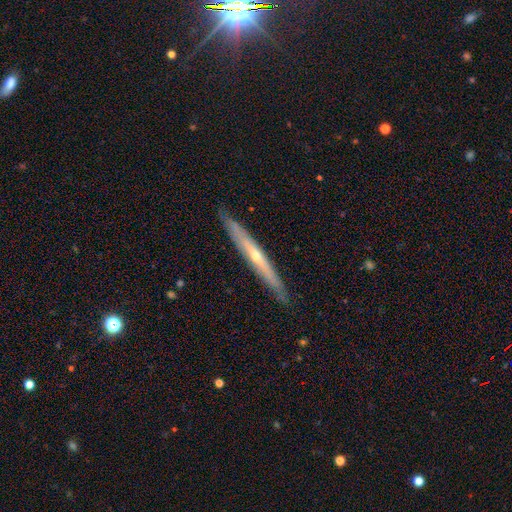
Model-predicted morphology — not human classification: type=featured or disk (70%); edge-on=yes (94%); edge-on bulge=rounded (64%); merging=none (89%).